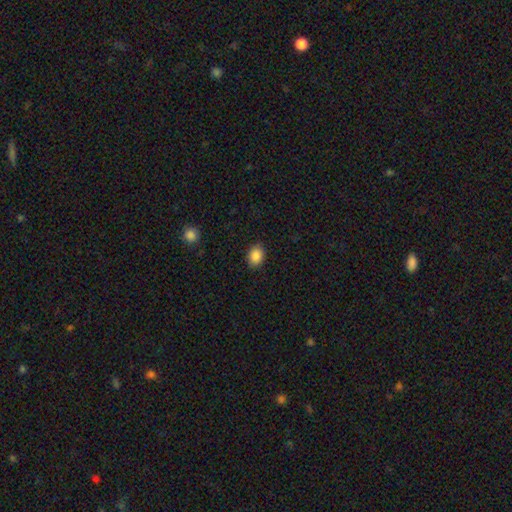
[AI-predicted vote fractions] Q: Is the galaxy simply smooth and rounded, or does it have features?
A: smooth — 88%.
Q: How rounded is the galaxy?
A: in between — 66%.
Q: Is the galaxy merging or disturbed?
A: none — 87%.